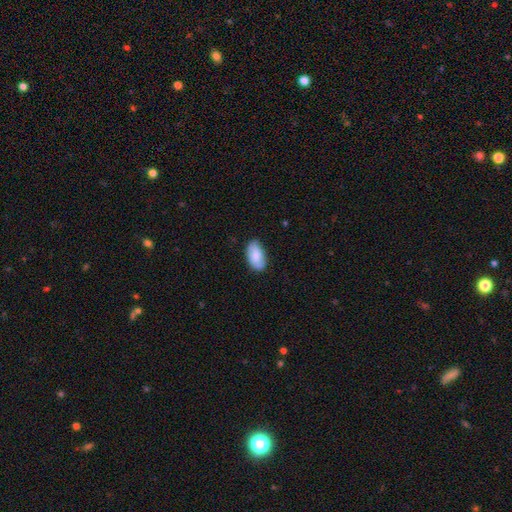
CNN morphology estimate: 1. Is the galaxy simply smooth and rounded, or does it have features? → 79% smooth, 14% featured or disk, 6% star or artifact.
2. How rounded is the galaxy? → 94% in between, 4% round, 2% cigar-shaped.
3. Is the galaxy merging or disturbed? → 74% none, 21% minor disturbance, 4% major disturbance, 1% merger.